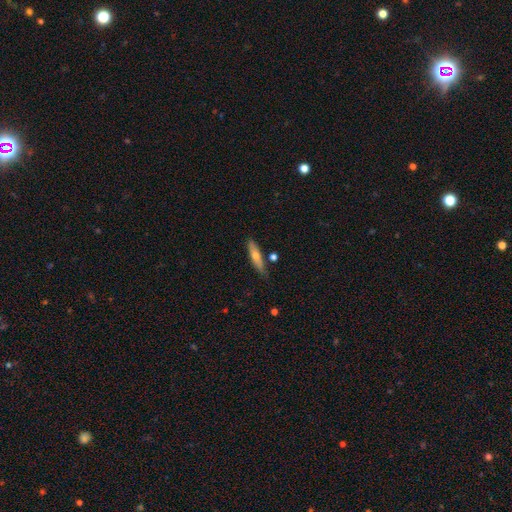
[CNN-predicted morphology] smooth-or-featured: smooth: 58% | featured or disk: 36% | star or artifact: 6%
  how-rounded: cigar-shaped: 79% | in between: 19% | round: 2%
  merging: none: 79% | minor disturbance: 15% | merger: 4% | major disturbance: 3%